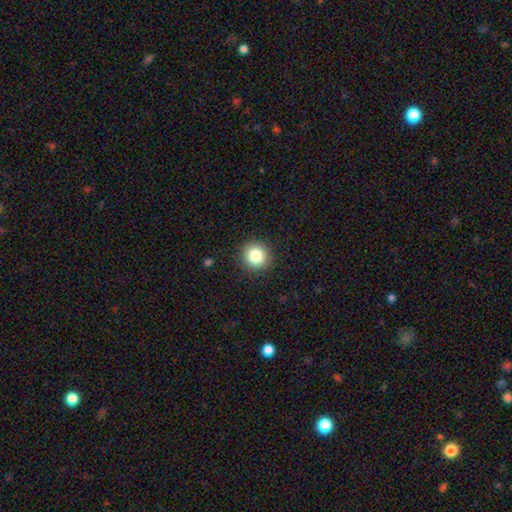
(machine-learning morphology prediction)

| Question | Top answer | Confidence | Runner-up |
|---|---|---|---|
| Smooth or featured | smooth | 83% | star or artifact (11%) |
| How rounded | round | 91% | in between (8%) |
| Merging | none | 91% | minor disturbance (6%) |